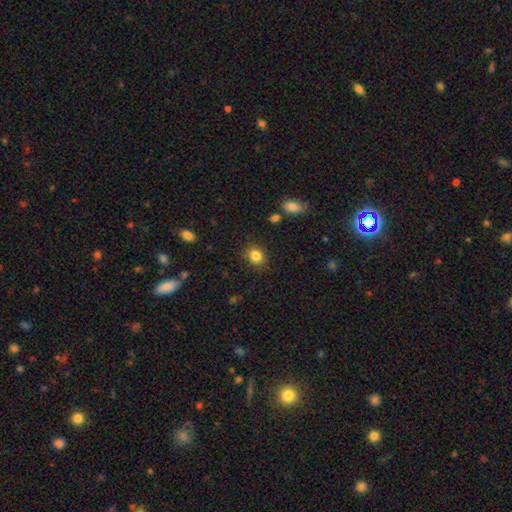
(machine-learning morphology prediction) This is clearly a smooth galaxy (83%). How rounded: likely round (61%). Merging: clearly none (87%).